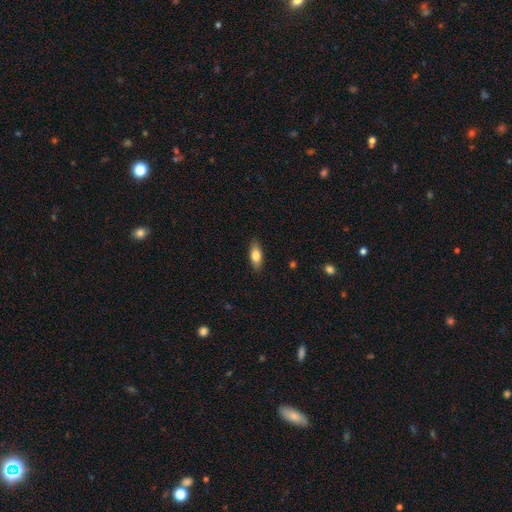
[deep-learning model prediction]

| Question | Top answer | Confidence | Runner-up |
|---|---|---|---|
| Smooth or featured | smooth | 79% | featured or disk (15%) |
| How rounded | in between | 79% | cigar-shaped (18%) |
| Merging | none | 86% | minor disturbance (10%) |